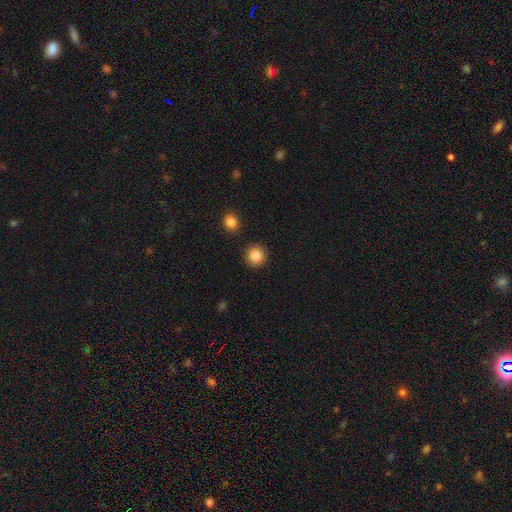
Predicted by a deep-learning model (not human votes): Morphology: type=smooth (86%); roundness=round (93%); merging=none (90%).